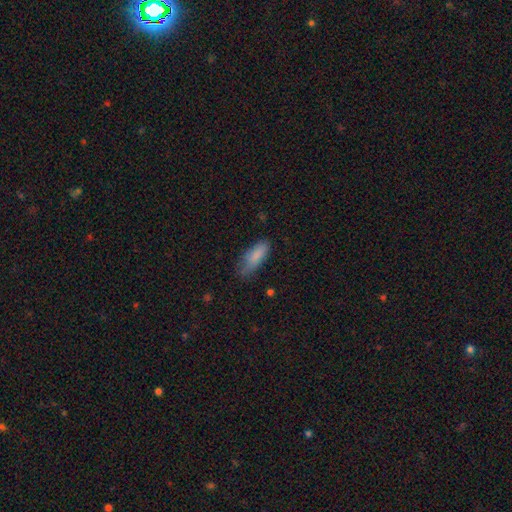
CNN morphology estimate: Smooth or featured? smooth (84%)
How rounded? in between (68%)
Merging? none (61%)